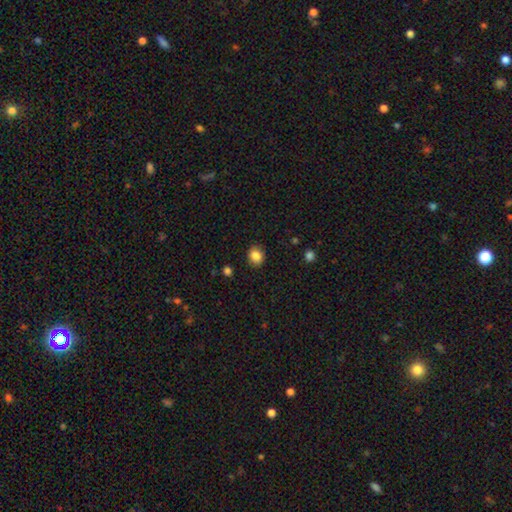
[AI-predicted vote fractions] Smooth or featured?
  - smooth: 85% *
  - star or artifact: 10%
  - featured or disk: 5%
How rounded?
  - round: 64% *
  - in between: 35%
  - cigar-shaped: 1%
Merging?
  - none: 88% *
  - minor disturbance: 8%
  - major disturbance: 2%
  - merger: 1%